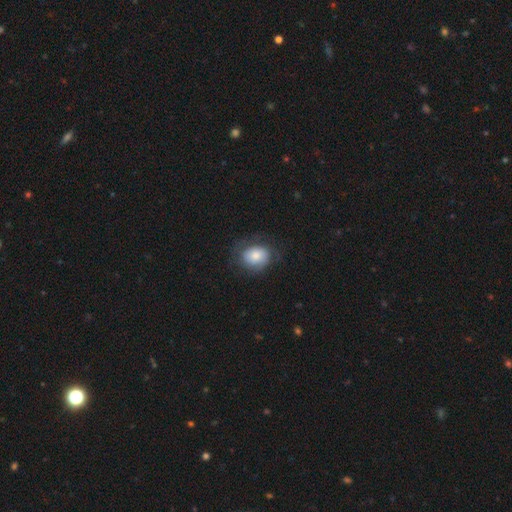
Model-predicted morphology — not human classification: This is likely a smooth galaxy (65%). How rounded: possibly in between (50%). Merging: likely none (63%).